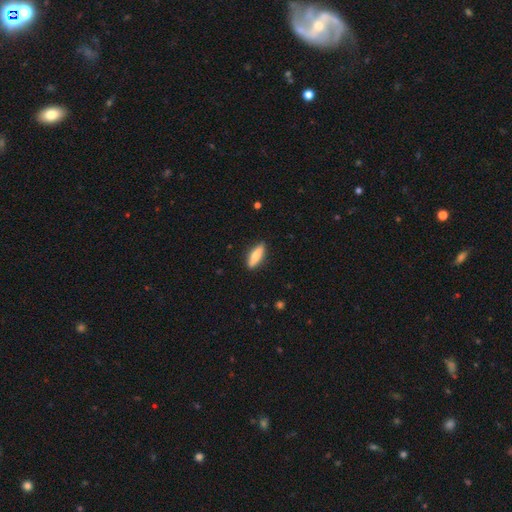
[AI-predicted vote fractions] This is likely a smooth galaxy (71%). How rounded: likely cigar-shaped (62%). Merging: clearly none (88%).